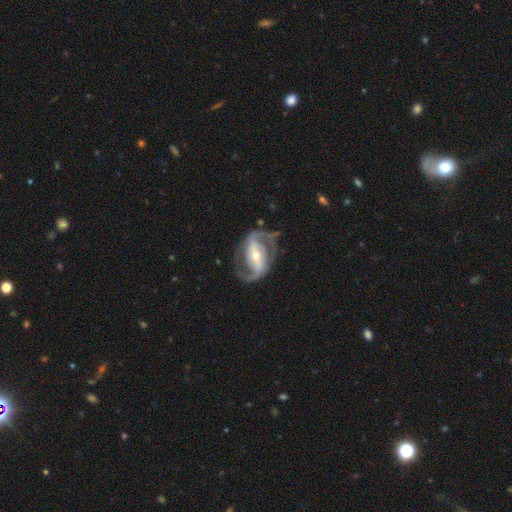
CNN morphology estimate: A featured or disk galaxy (90%) with a strong bar (50%), 2 (92%) medium (53%) spiral arms (96%) and a moderate central bulge (55%).

Vote fractions:
- Smooth or featured? featured or disk: 90% / smooth: 6% / star or artifact: 4%
- Edge-on disk? no: 97% / yes: 3%
- Bar? strong: 50% / weak: 31% / no: 20%
- Spiral arms? yes: 96% / no: 4%
- Spiral winding? medium: 53% / loose: 28% / tight: 19%
- Spiral arm count? 2: 92% / can't tell: 3% / 1: 2% / 3: 1% / 4: 1% / more than 4: 1%
- Bulge size? moderate: 55% / small: 39% / large: 4% / none: 1% / dominant: 1%
- Merging? none: 76% / minor disturbance: 14% / major disturbance: 9% / merger: 2%